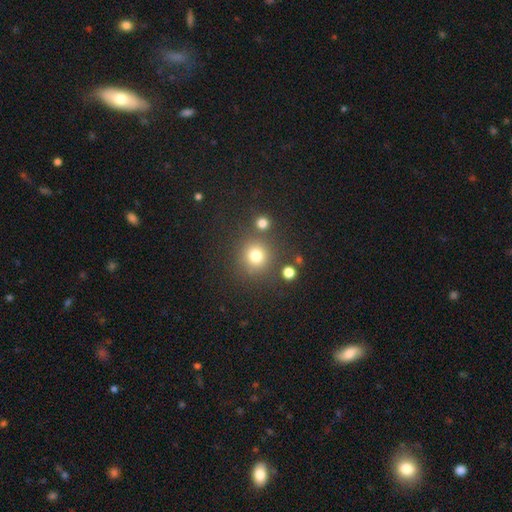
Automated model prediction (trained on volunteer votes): smooth_or_featured: smooth (p=0.77) [alt: star or artifact p=0.16]
how_rounded: round (p=0.92) [alt: in between p=0.07]
merging: none (p=0.80) [alt: merger p=0.08]